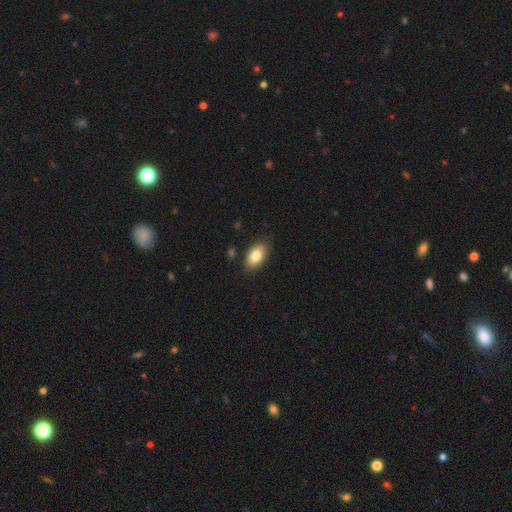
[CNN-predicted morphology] A smooth galaxy with no disk features (83%) that is in between round and cigar-shaped (92%).

Vote fractions:
- Smooth or featured? smooth: 83% / featured or disk: 10% / star or artifact: 7%
- How rounded? in between: 92% / round: 5% / cigar-shaped: 3%
- Merging? none: 84% / minor disturbance: 12% / major disturbance: 2% / merger: 1%